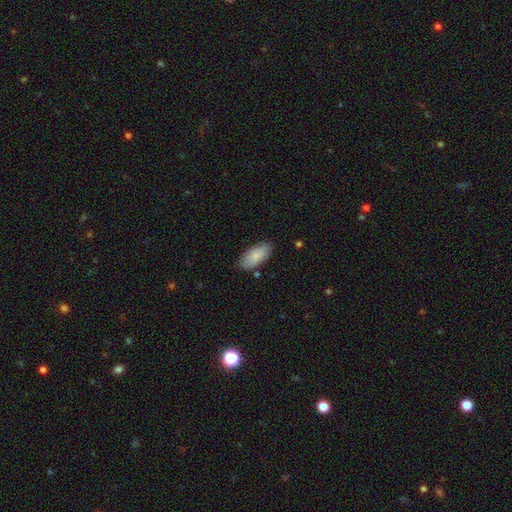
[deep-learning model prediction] Smooth or featured? Predicted: smooth (p=0.84). How rounded? Predicted: in between (p=0.90). Merging? Predicted: none (p=0.82).